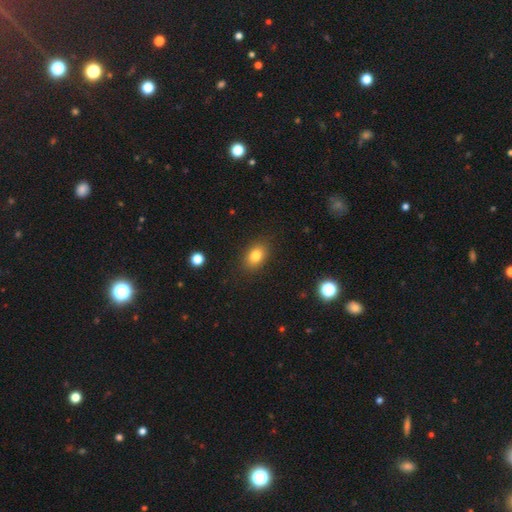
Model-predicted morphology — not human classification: smooth 81%, star or artifact 11%, featured or disk 8%. Down the decision tree: how rounded — in between (75%); merging — none (87%).